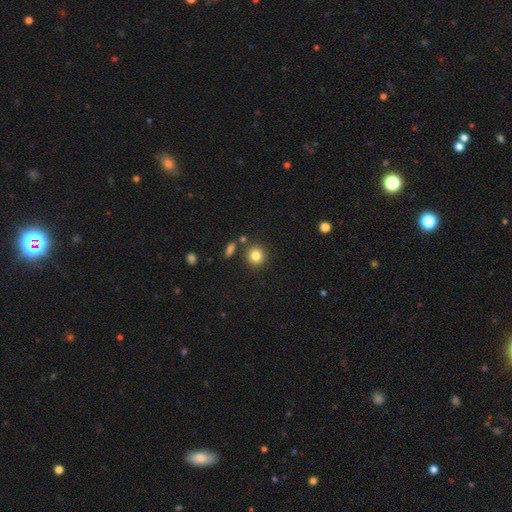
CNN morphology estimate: smooth_or_featured: smooth (p=0.84) [alt: star or artifact p=0.10]
how_rounded: round (p=0.88) [alt: in between p=0.11]
merging: none (p=0.82) [alt: minor disturbance p=0.08]